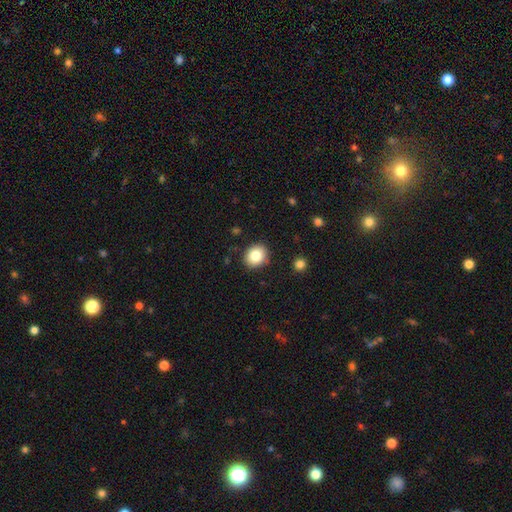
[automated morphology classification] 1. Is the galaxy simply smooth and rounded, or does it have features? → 82% smooth, 9% star or artifact, 8% featured or disk.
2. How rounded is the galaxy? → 61% round, 38% in between, 1% cigar-shaped.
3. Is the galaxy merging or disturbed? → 87% none, 9% minor disturbance, 2% major disturbance, 2% merger.